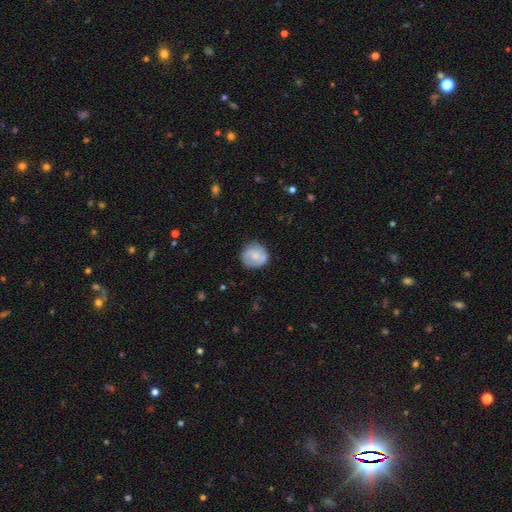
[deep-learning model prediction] smooth-or-featured: smooth: 54% | featured or disk: 39% | star or artifact: 7%
  how-rounded: round: 85% | in between: 14% | cigar-shaped: 1%
  merging: none: 77% | minor disturbance: 17% | major disturbance: 5% | merger: 2%